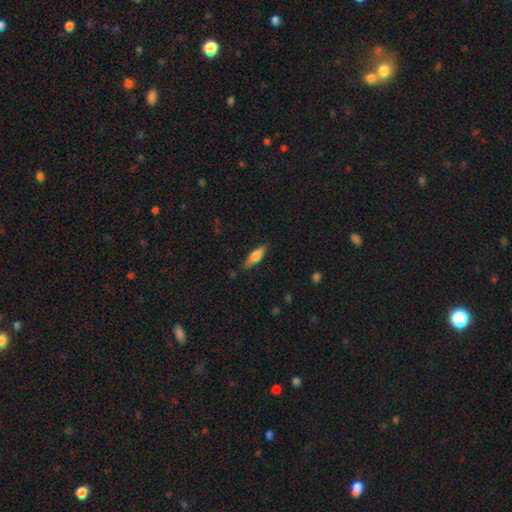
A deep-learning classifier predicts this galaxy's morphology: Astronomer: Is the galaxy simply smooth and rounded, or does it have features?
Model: smooth — 62%.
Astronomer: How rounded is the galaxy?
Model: in between — 50% (runner-up: cigar-shaped, 48%).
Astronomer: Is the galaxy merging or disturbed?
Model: none — 82%.